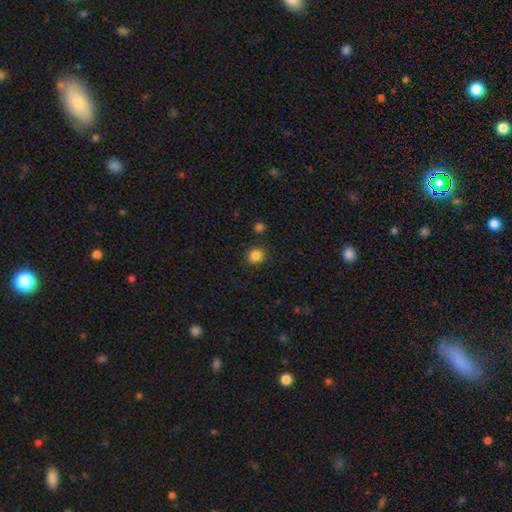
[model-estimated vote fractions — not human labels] A smooth galaxy with no disk features (85%) that is round (90%).

Vote fractions:
- Smooth or featured? smooth: 85% / star or artifact: 12% / featured or disk: 3%
- How rounded? round: 90% / in between: 9% / cigar-shaped: 1%
- Merging? none: 88% / minor disturbance: 7% / merger: 3% / major disturbance: 2%